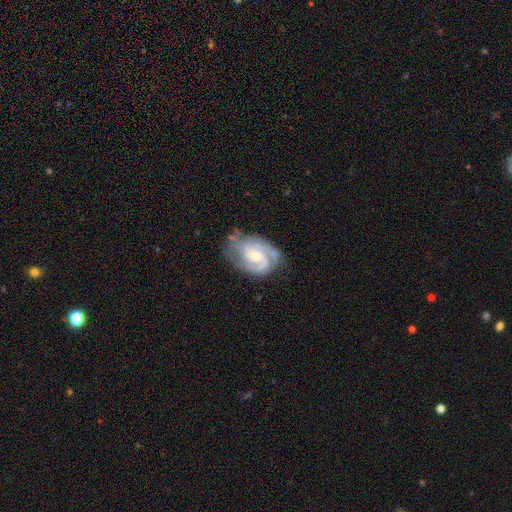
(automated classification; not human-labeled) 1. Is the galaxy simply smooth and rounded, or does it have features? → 87% featured or disk, 8% smooth, 5% star or artifact.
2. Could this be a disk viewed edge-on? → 98% no, 2% yes.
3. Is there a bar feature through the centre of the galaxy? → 56% no, 38% weak, 7% strong.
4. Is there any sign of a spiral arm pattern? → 97% yes, 3% no.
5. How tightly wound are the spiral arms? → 46% tight, 44% medium, 10% loose.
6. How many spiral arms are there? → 57% 2, 21% 3, 11% can't tell, 4% 1, 3% 4, 3% more than 4.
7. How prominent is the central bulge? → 61% small, 32% moderate, 4% none, 2% large, 1% dominant.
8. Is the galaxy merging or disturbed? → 63% none, 24% minor disturbance, 10% major disturbance, 2% merger.